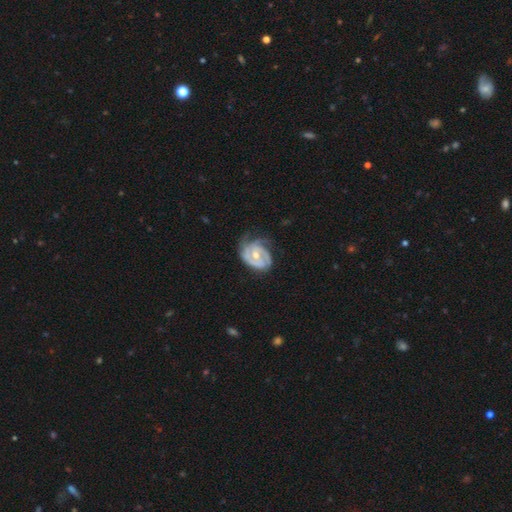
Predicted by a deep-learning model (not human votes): smooth_or_featured: featured or disk (p=0.86) [alt: smooth p=0.10]
disk_edge_on: no (p=0.98) [alt: yes p=0.02]
bar: no (p=0.58) [alt: weak p=0.32]
has_spiral_arms: yes (p=0.93) [alt: no p=0.07]
spiral_winding: tight (p=0.59) [alt: medium p=0.32]
spiral_arm_count: 2 (p=0.39) [alt: 3 p=0.26]
bulge_size: moderate (p=0.64) [alt: small p=0.32]
merging: none (p=0.50) [alt: minor disturbance p=0.30]